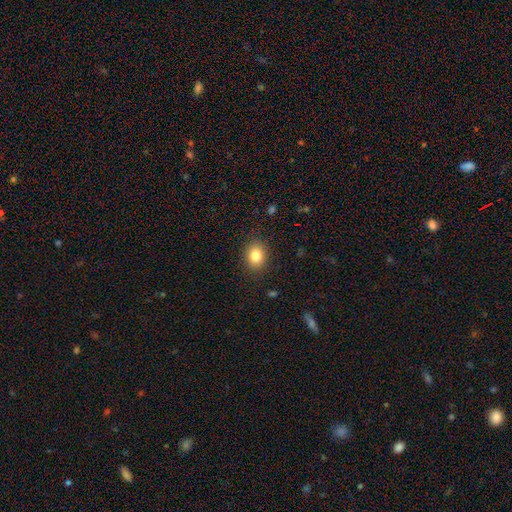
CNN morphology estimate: Smooth or featured? Predicted: smooth (p=0.83). How rounded? Predicted: in between (p=0.51). Merging? Predicted: none (p=0.88).